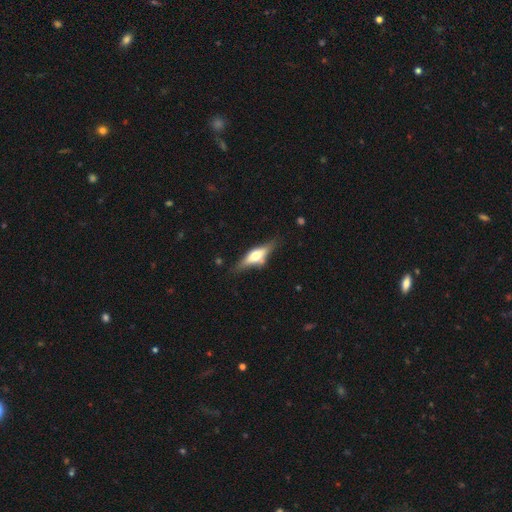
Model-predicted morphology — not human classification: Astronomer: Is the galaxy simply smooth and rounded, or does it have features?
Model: featured or disk — 57% (runner-up: smooth, 36%).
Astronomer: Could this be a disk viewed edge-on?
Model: yes — 90%.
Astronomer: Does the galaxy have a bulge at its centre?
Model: rounded — 91%.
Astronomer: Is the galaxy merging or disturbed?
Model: none — 74%.